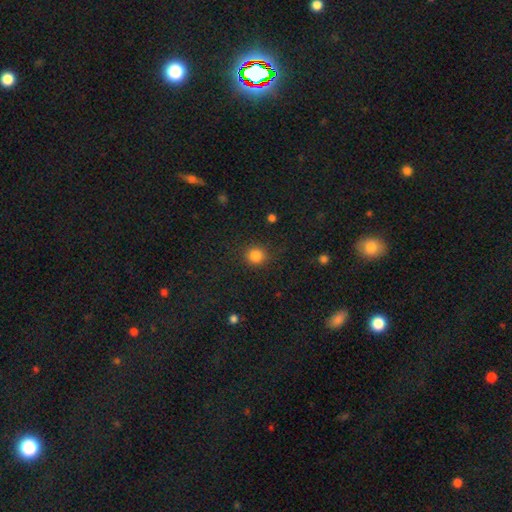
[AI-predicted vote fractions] Smooth or featured: smooth — 84% (star or artifact — 12%)
How rounded: round — 91% (in between — 8%)
Merging: none — 88% (minor disturbance — 8%)